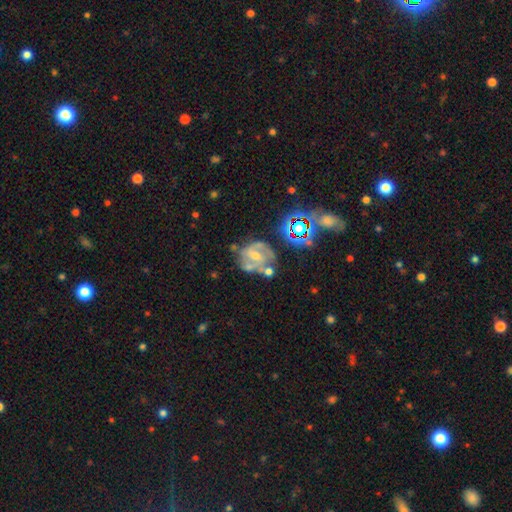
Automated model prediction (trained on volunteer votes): This appears to be a featured or disk galaxy (73%) with a weak bar (48%), 2 (53%) medium (47%) spiral arms (84%) and a small central bulge (49%). Merging: none (49%).